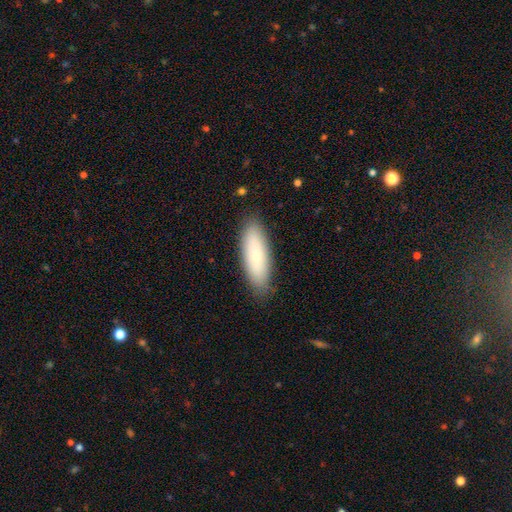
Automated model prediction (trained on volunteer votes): Q: Smooth or featured?
A: smooth (69%); runner-up: featured or disk (25%)
Q: How rounded?
A: in between (62%); runner-up: cigar-shaped (36%)
Q: Merging?
A: none (86%); runner-up: minor disturbance (11%)